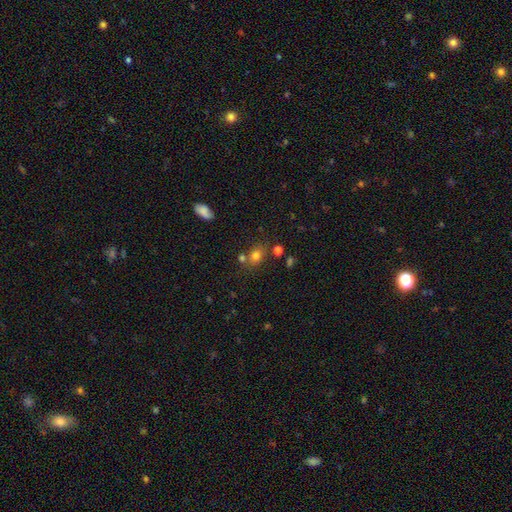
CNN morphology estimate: Q: Smooth or featured?
A: smooth (75%); runner-up: star or artifact (15%)
Q: How rounded?
A: in between (50%); runner-up: round (48%)
Q: Merging?
A: none (63%); runner-up: merger (19%)